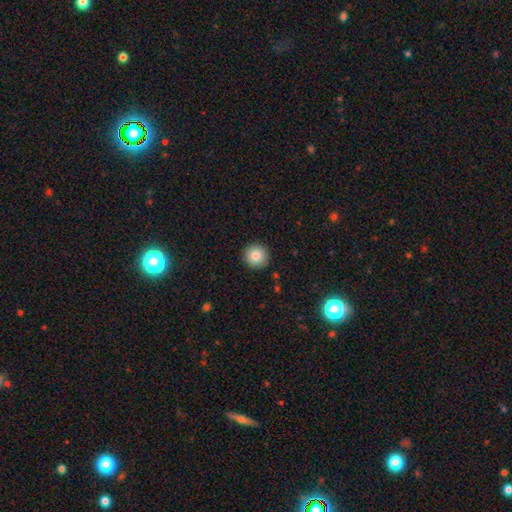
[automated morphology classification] type=smooth (85%); roundness=round (95%); merging=none (92%).